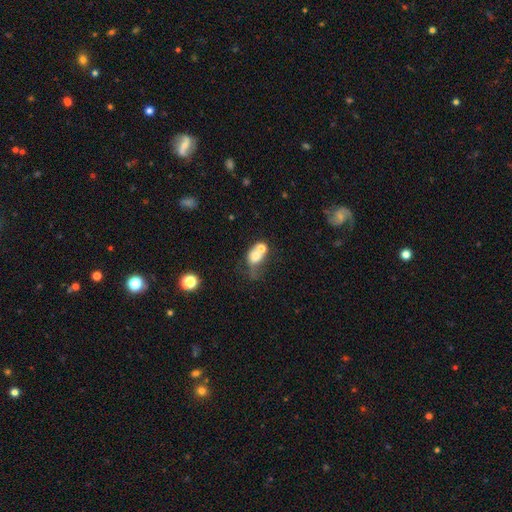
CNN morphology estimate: Smooth or featured: smooth — 65% (featured or disk — 23%)
How rounded: in between — 52% (round — 46%)
Merging: merger — 55% (none — 17%)